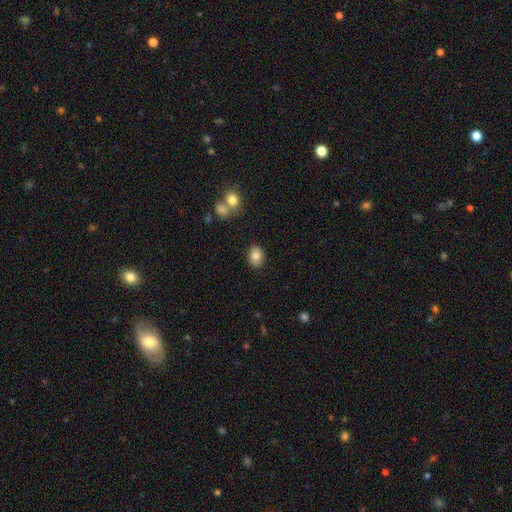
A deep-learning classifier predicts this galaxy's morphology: smooth-or-featured: smooth: 83% | featured or disk: 9% | star or artifact: 9%
  how-rounded: in between: 69% | round: 30% | cigar-shaped: 1%
  merging: none: 86% | minor disturbance: 9% | merger: 3% | major disturbance: 2%